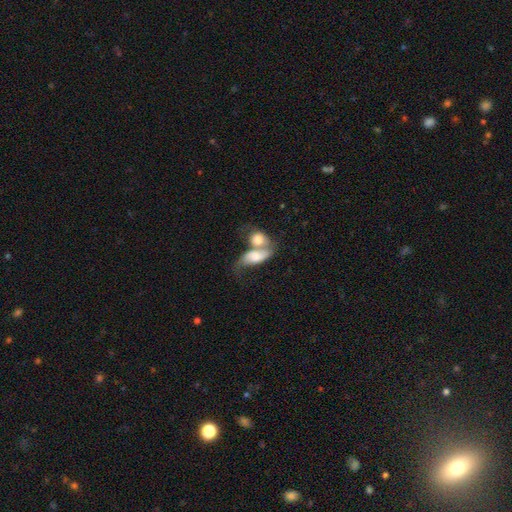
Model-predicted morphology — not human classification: Overall: smooth (51%; featured or disk 41%). How rounded: in between (76%). Merging: merger (73%).